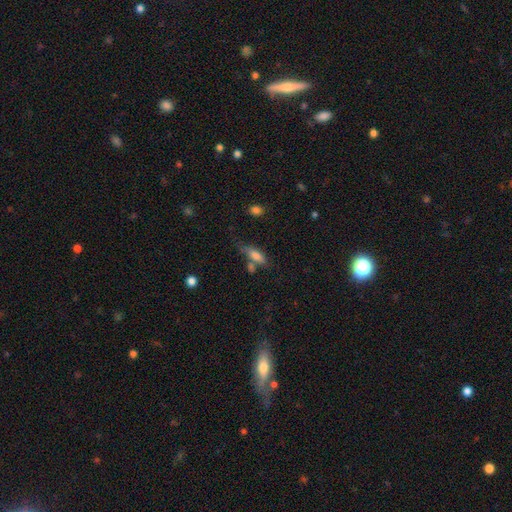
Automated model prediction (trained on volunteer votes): A smooth galaxy with no disk features (74%) that is in between round and cigar-shaped (59%). Merging: none (49%).